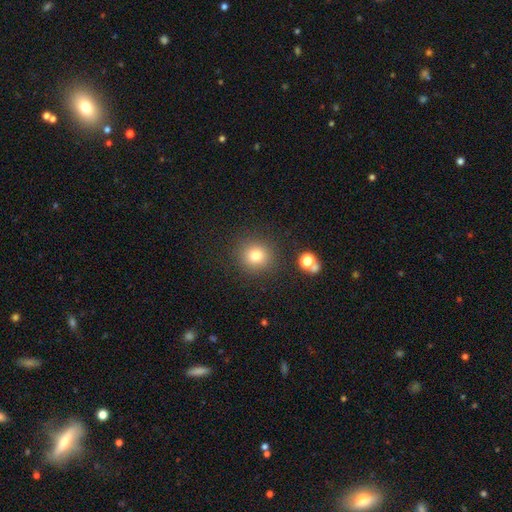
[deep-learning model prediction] This appears to be a smooth galaxy with no disk features (78%) that is round (90%). Merging: none (87%).